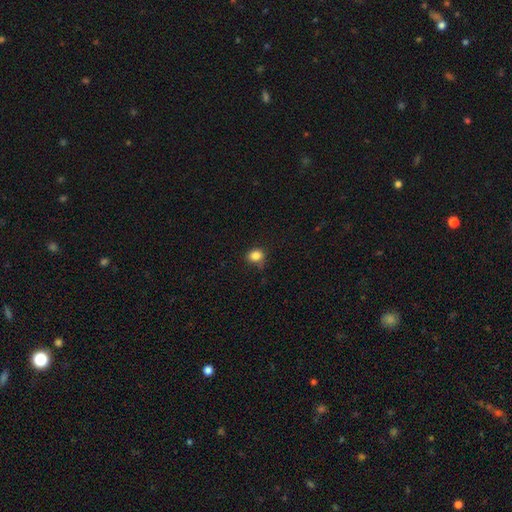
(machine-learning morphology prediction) This is clearly a smooth galaxy (85%). How rounded: likely round (67%). Merging: likely none (73%).